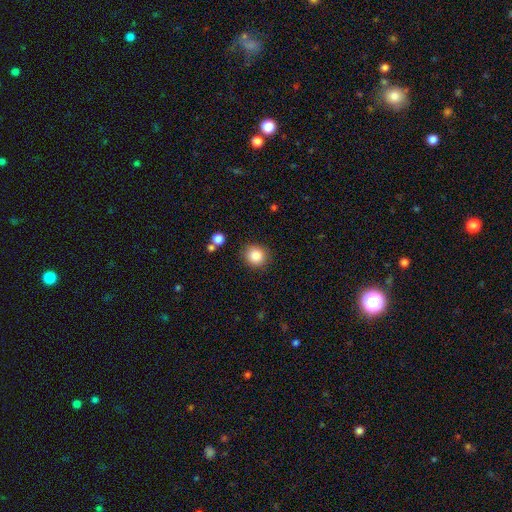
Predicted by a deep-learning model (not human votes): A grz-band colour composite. It shows a smooth galaxy with no disk features (85%) that is round (88%). Merging: none (87%).